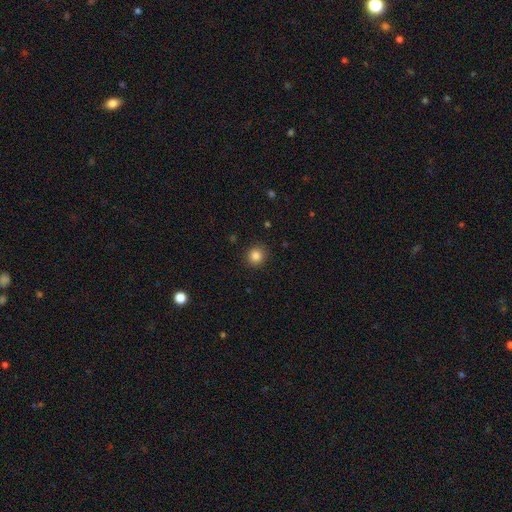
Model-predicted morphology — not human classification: smooth-or-featured: smooth: 85% | star or artifact: 11% | featured or disk: 4%
  how-rounded: round: 93% | in between: 6% | cigar-shaped: 1%
  merging: none: 91% | minor disturbance: 6% | major disturbance: 2% | merger: 1%